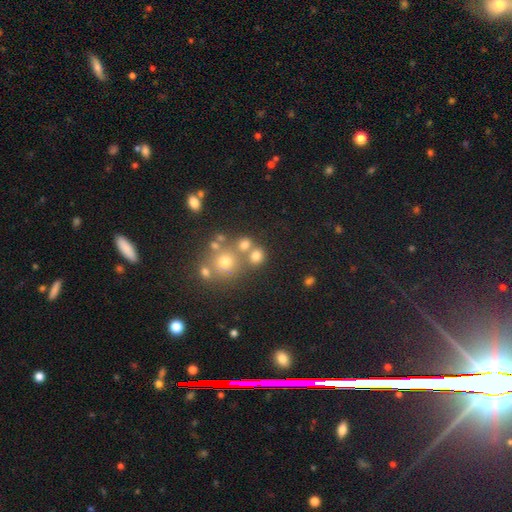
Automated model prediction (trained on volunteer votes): smooth 70%, star or artifact 18%, featured or disk 13%. Down the decision tree: how rounded — round (79%); merging — none (58%).